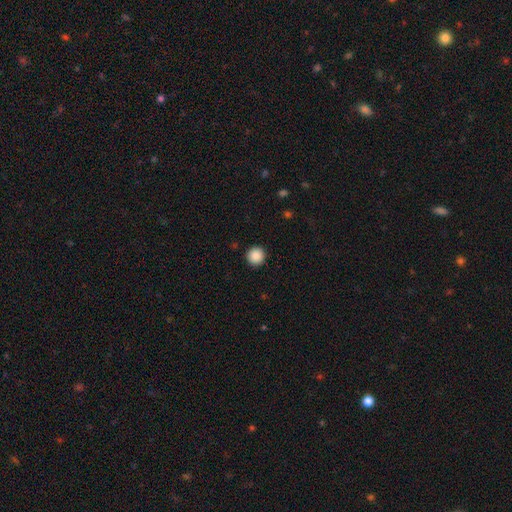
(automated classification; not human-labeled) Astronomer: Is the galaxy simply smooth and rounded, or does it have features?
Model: smooth — 88%.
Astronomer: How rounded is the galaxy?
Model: round — 96%.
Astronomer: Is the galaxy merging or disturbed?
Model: none — 93%.